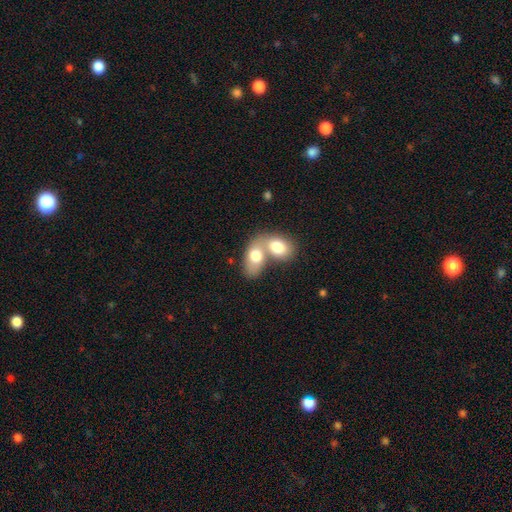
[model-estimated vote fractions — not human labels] smooth_or_featured: smooth (p=0.72) [alt: featured or disk p=0.22]
how_rounded: in between (p=0.83) [alt: round p=0.16]
merging: merger (p=0.75) [alt: none p=0.16]